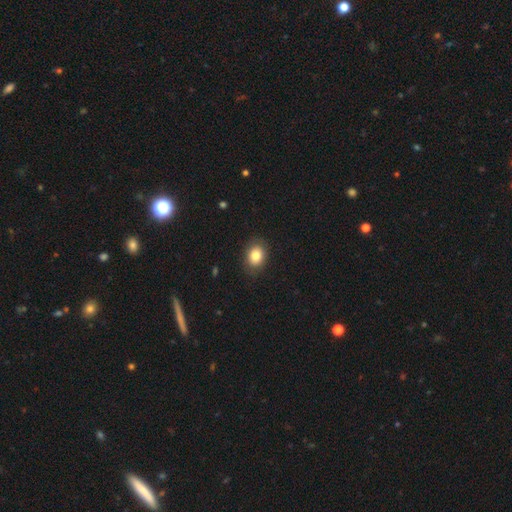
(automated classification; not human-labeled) This appears to be a smooth galaxy with no disk features (82%) that is in between round and cigar-shaped (56%). Merging: none (85%).